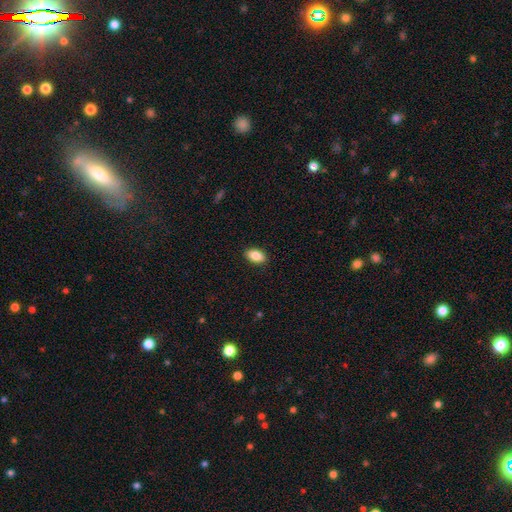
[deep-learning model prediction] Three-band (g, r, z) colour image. It shows a smooth galaxy with no disk features (87%) that is in between round and cigar-shaped (91%). Merging: none (90%).